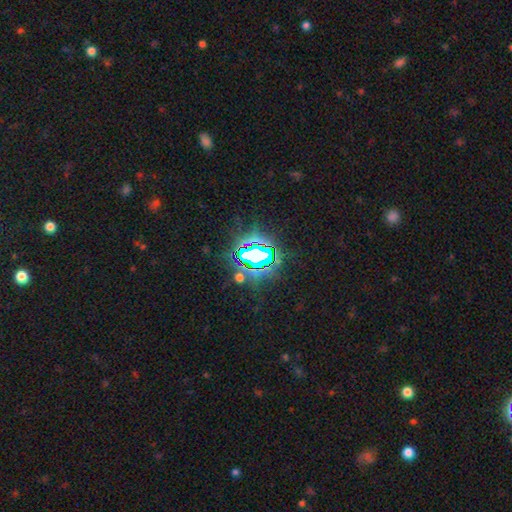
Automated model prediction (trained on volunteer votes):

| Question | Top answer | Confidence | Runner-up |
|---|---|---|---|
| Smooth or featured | star or artifact | 77% | smooth (13%) |